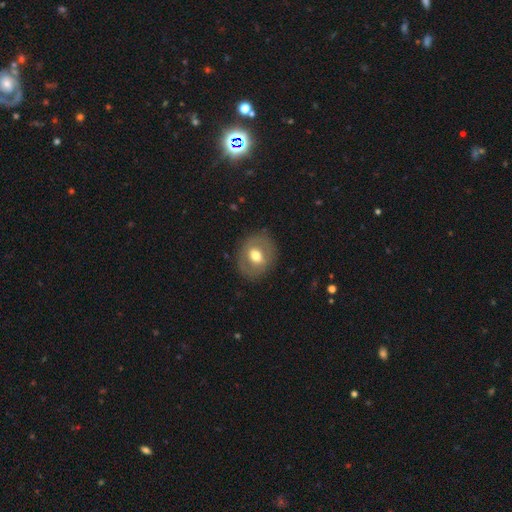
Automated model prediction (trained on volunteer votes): smooth_or_featured: smooth (p=0.53) [alt: featured or disk p=0.39]
how_rounded: round (p=0.58) [alt: in between p=0.41]
merging: none (p=0.82) [alt: minor disturbance p=0.12]